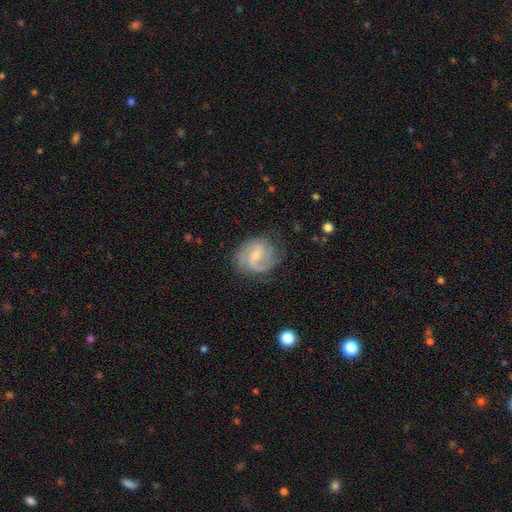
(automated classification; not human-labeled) featured or disk 79%, smooth 15%, star or artifact 6%. Down the decision tree: edge-on disk — no (98%); bar — weak (52%); spiral arms — yes (94%); spiral arm count — 2 (63%); spiral winding — medium (48%); bulge size — small (62%); merging — none (67%).